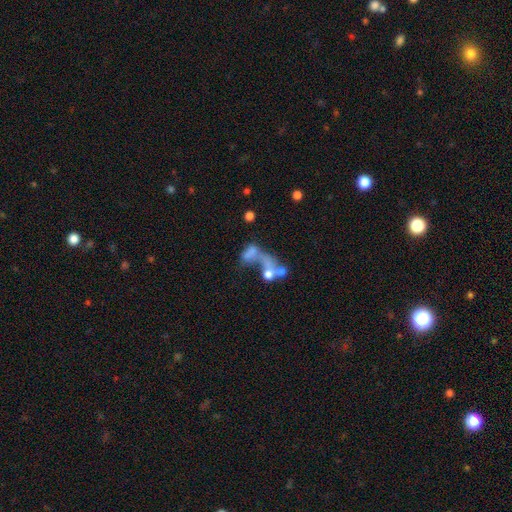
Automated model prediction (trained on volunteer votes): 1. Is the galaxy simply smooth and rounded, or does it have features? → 44% featured or disk, 35% smooth, 20% star or artifact.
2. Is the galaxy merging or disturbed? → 49% merger, 26% major disturbance, 17% none, 8% minor disturbance.